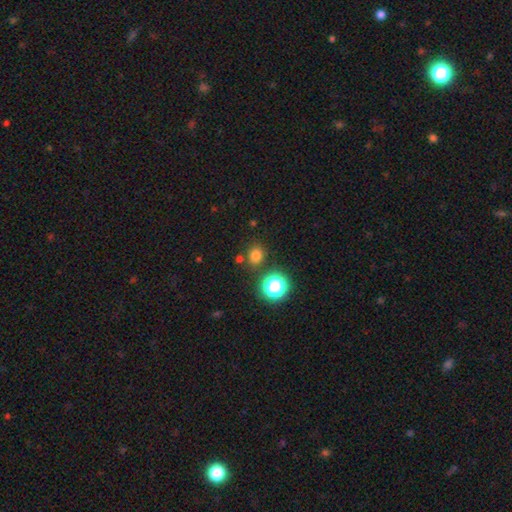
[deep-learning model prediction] Morphology: type=smooth (75%); roundness=round (75%); merging=none (83%).